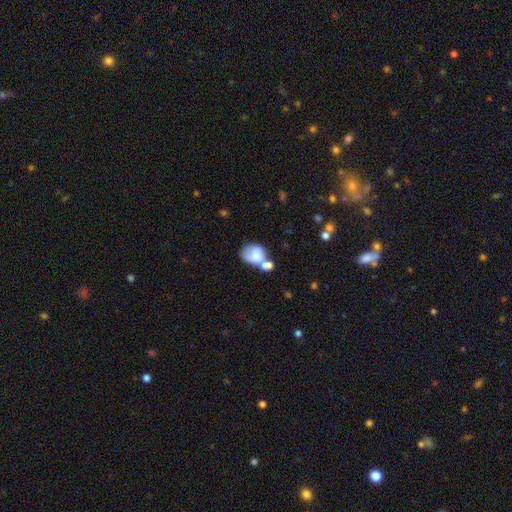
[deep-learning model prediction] Smooth or featured?
  - smooth: 71% *
  - featured or disk: 21%
  - star or artifact: 8%
How rounded?
  - in between: 62% *
  - round: 37%
  - cigar-shaped: 1%
Merging?
  - merger: 43% *
  - none: 30%
  - minor disturbance: 17%
  - major disturbance: 10%